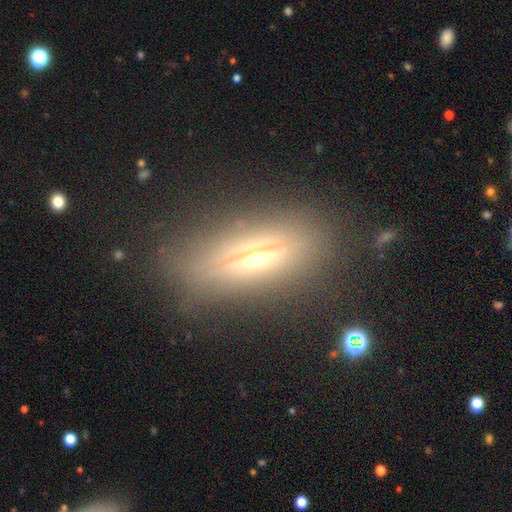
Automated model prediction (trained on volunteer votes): Smooth or featured? Predicted: featured or disk (p=0.64). Edge-on disk? Predicted: yes (p=0.83). Edge-on bulge? Predicted: rounded (p=0.90). Merging? Predicted: none (p=0.77).